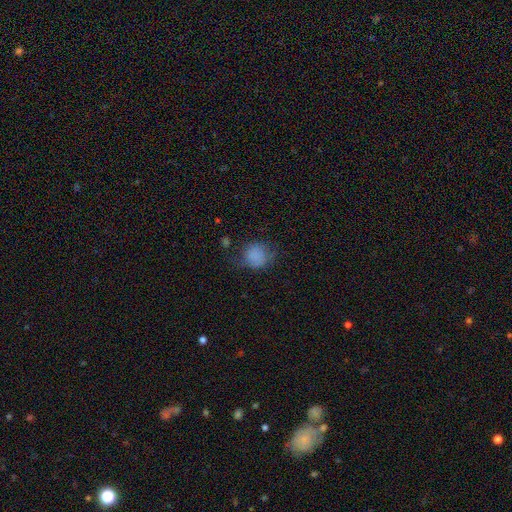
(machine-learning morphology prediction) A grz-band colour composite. It shows a smooth galaxy with no disk features (78%) that is round (77%). Merging: none (52%).